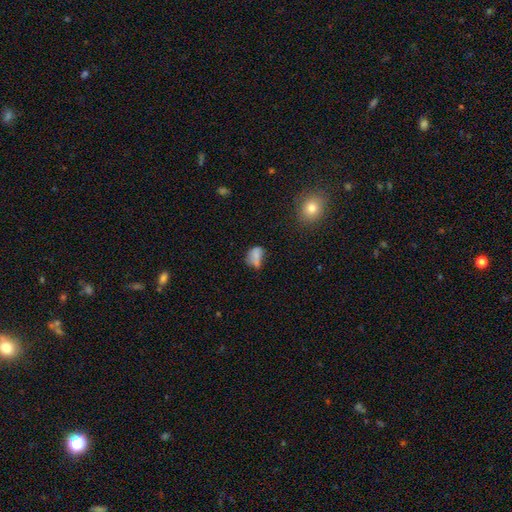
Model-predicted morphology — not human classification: Smooth or featured: smooth — 71% (featured or disk — 16%)
How rounded: in between — 80% (round — 16%)
Merging: none — 36% (minor disturbance — 30%)